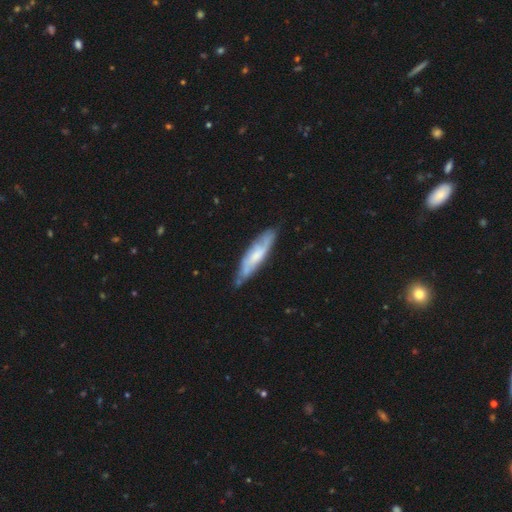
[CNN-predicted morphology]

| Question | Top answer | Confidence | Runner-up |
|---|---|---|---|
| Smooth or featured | featured or disk | 53% | smooth (41%) |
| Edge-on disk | no | 54% | yes (46%) |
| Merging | none | 71% | minor disturbance (23%) |